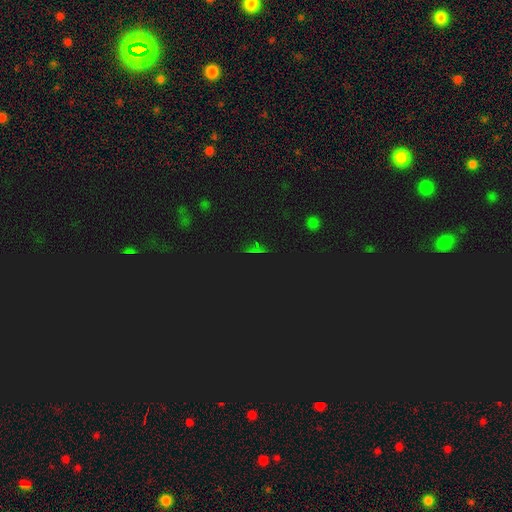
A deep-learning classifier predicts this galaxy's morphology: smooth_or_featured: star or artifact (p=0.77) [alt: smooth p=0.15]